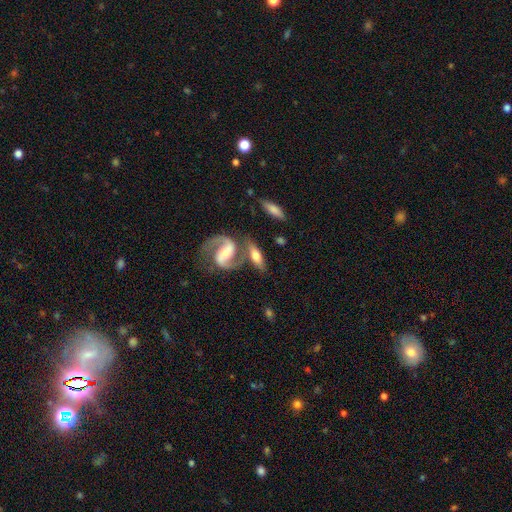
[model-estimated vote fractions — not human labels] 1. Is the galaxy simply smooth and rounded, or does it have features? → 65% featured or disk, 29% smooth, 6% star or artifact.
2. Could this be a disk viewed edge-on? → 79% no, 21% yes.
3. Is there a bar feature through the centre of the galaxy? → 39% weak, 38% no, 23% strong.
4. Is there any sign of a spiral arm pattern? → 88% yes, 12% no.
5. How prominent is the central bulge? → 55% moderate, 27% small, 13% large, 3% none, 2% dominant.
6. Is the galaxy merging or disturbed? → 48% none, 34% merger, 12% minor disturbance, 5% major disturbance.